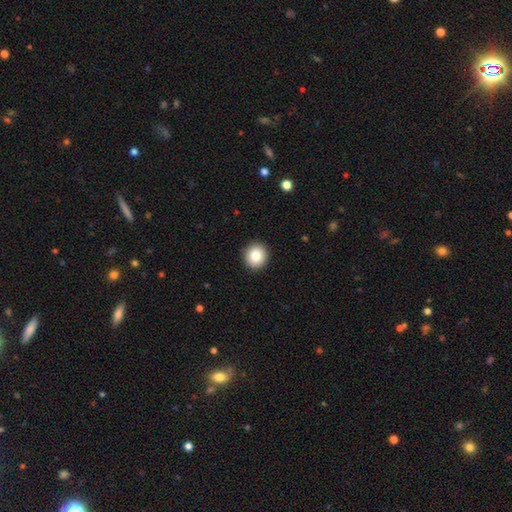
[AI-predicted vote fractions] This appears to be a smooth galaxy with no disk features (87%) that is round (87%). Merging: none (91%).